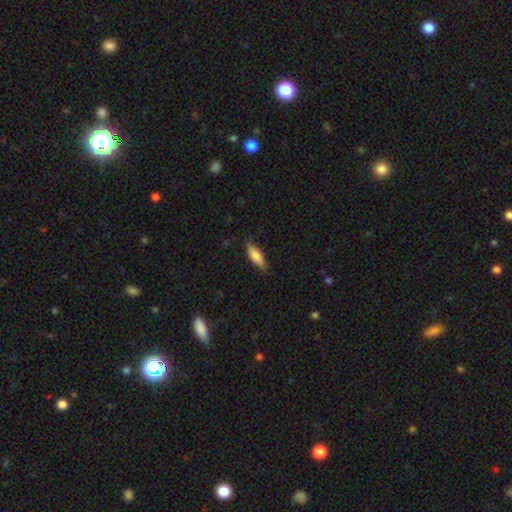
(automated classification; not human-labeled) Smooth or featured? smooth (79%)
How rounded? in between (55%)
Merging? none (81%)